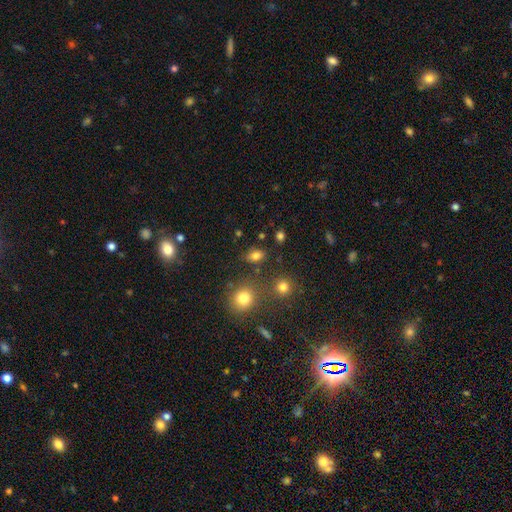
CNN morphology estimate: The model was most divided on "how rounded": in between: 79%, round: 19%, cigar-shaped: 2%. More confident: smooth or featured — smooth (79%); merging — none (77%).